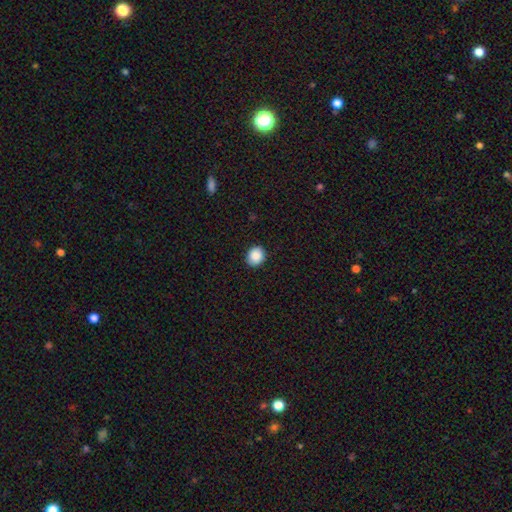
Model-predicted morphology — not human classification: Smooth or featured: smooth — 89% (star or artifact — 8%)
How rounded: round — 73% (in between — 27%)
Merging: none — 90% (minor disturbance — 7%)